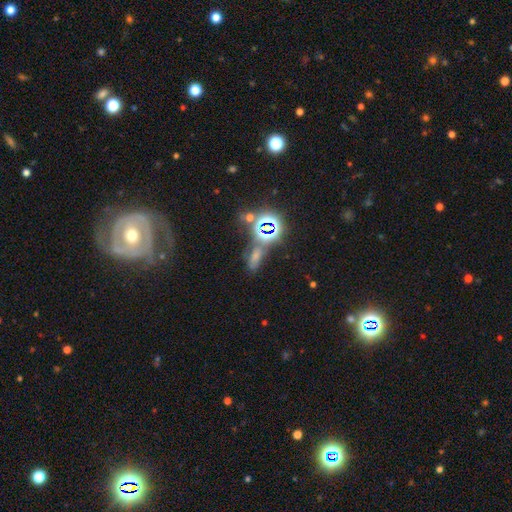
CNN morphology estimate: star or artifact 45%, smooth 43%, featured or disk 12%.